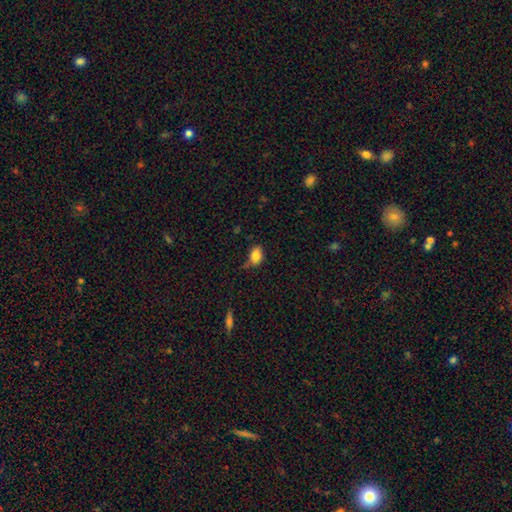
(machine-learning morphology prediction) Smooth or featured?
  - smooth: 83% *
  - star or artifact: 9%
  - featured or disk: 7%
How rounded?
  - in between: 81% *
  - round: 17%
  - cigar-shaped: 2%
Merging?
  - none: 54% *
  - minor disturbance: 33%
  - major disturbance: 9%
  - merger: 4%